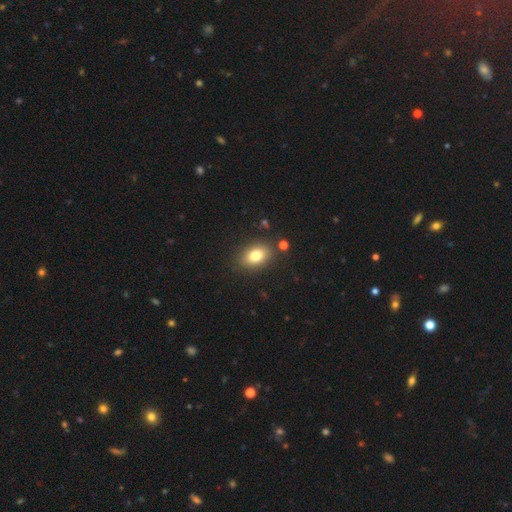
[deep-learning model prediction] smooth 80%, featured or disk 10%, star or artifact 10%. Down the decision tree: how rounded — in between (80%); merging — none (85%).